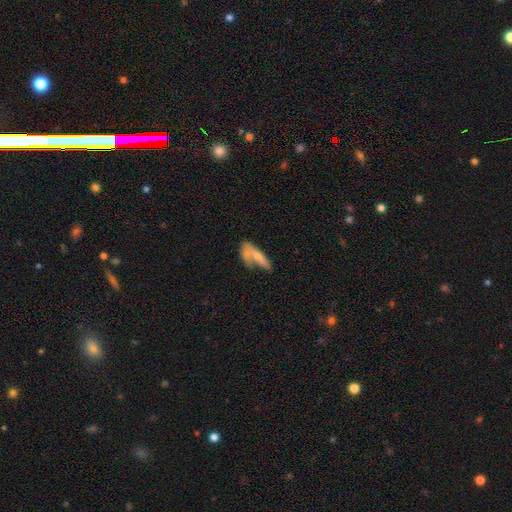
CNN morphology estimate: A smooth galaxy with no disk features (65%) that is cigar-shaped (57%). Merging: none (34%).